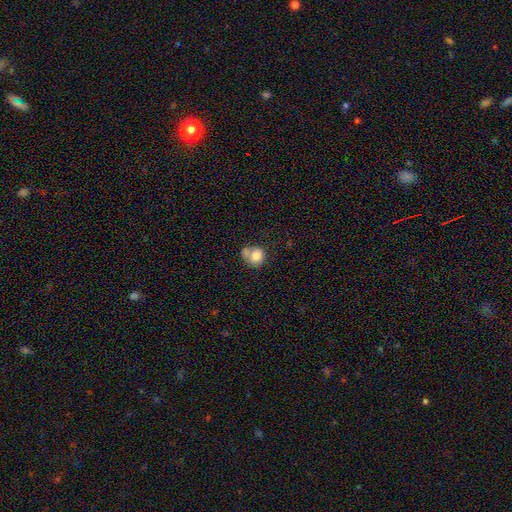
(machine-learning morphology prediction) The model was most divided on "merging": merger: 44%, none: 36%, minor disturbance: 13%, major disturbance: 7%. More confident: smooth or featured — smooth (79%); how rounded — round (73%).